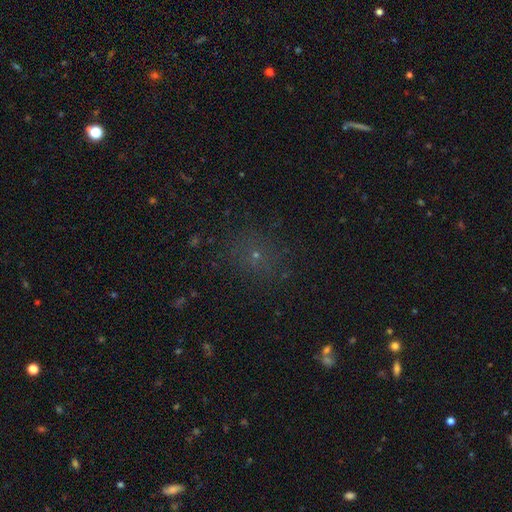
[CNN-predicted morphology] Smooth or featured? Predicted: smooth (p=0.51). How rounded? Predicted: round (p=0.82). Merging? Predicted: none (p=0.81).